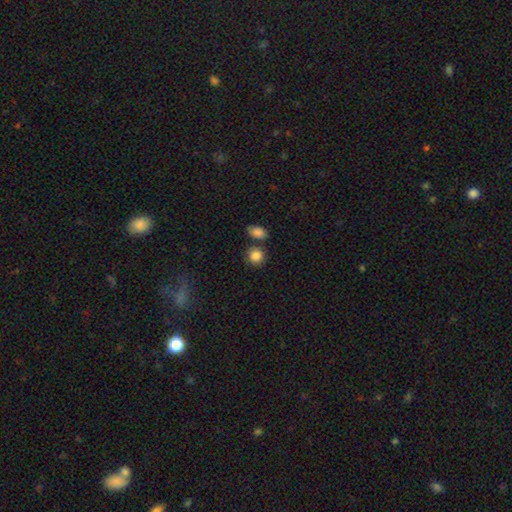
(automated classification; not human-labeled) Q: Smooth or featured?
A: smooth (86%); runner-up: star or artifact (9%)
Q: How rounded?
A: round (81%); runner-up: in between (18%)
Q: Merging?
A: none (72%); runner-up: merger (14%)